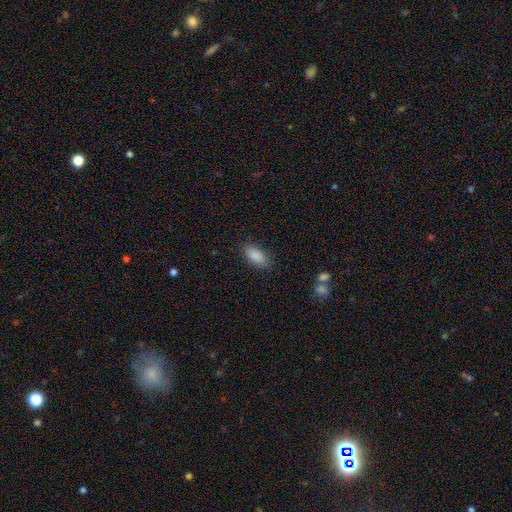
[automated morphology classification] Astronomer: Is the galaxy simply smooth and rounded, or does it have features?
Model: smooth — 88%.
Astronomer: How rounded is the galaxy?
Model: in between — 89%.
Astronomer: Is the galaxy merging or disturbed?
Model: none — 85%.